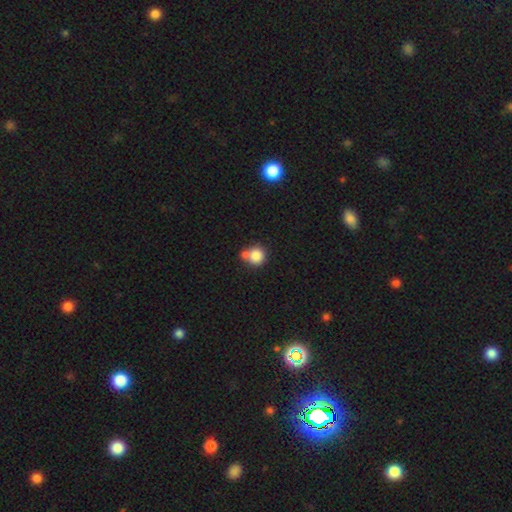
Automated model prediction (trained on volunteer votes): Q: Smooth or featured?
A: smooth (82%); runner-up: star or artifact (10%)
Q: How rounded?
A: round (90%); runner-up: in between (9%)
Q: Merging?
A: none (49%); runner-up: merger (37%)